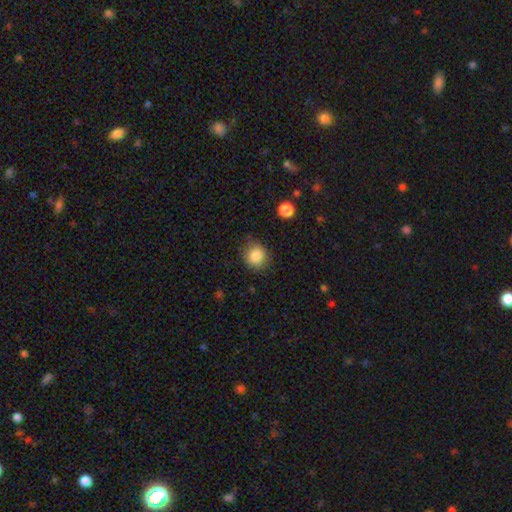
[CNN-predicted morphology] A smooth galaxy with no disk features (85%) that is round (82%).

Vote fractions:
- Smooth or featured? smooth: 85% / star or artifact: 10% / featured or disk: 5%
- How rounded? round: 82% / in between: 17% / cigar-shaped: 1%
- Merging? none: 80% / minor disturbance: 14% / major disturbance: 4% / merger: 2%